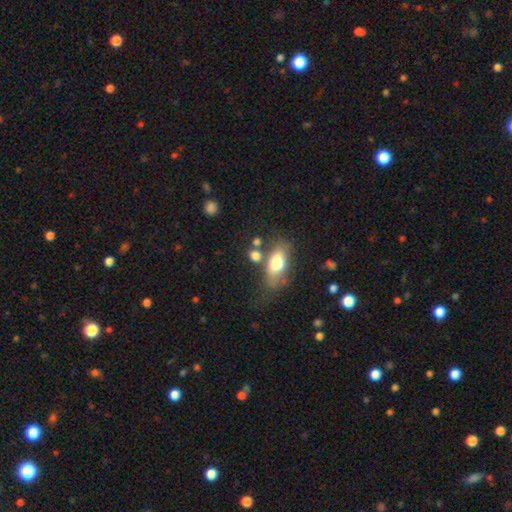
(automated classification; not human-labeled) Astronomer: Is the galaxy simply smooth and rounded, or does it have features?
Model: smooth — 65%.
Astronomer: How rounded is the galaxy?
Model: in between — 78%.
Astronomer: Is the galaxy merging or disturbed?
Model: none — 54%.